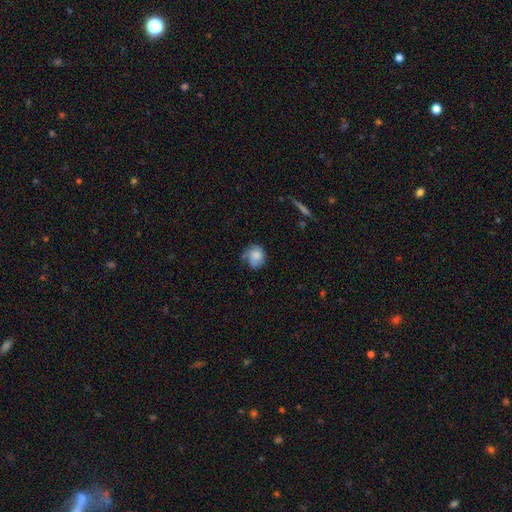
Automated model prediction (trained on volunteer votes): Morphology: type=smooth (80%); roundness=round (74%); merging=none (54%).